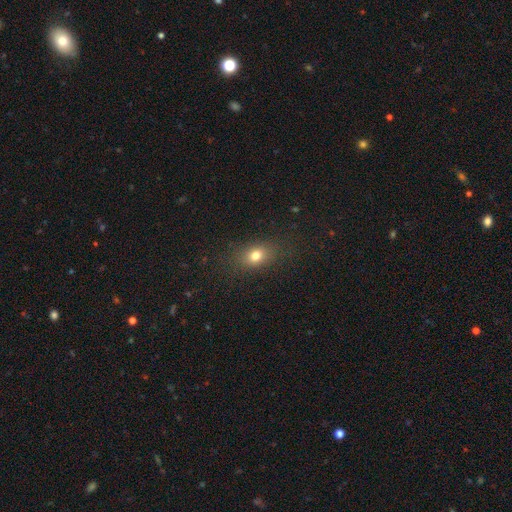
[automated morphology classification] type=smooth (76%); roundness=in between (67%); merging=none (83%).